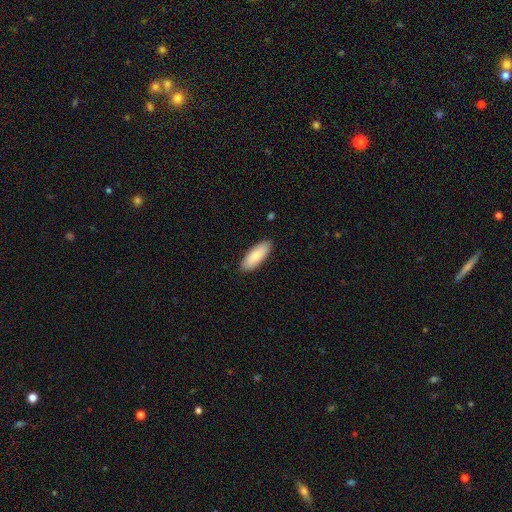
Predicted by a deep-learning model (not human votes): This is clearly a smooth galaxy (83%). How rounded: likely in between (70%). Merging: clearly none (89%).